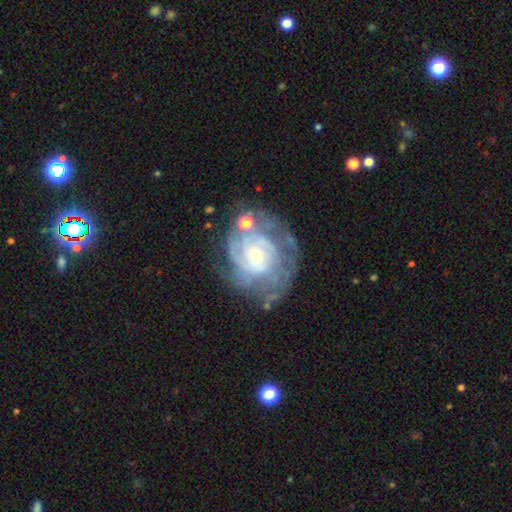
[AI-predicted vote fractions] Morphology: type=featured or disk (83%); edge-on=no (98%); bar=no (62%); spiral arms=yes (92%); winding=tight (70%); arm count=can't tell (41%); bulge=small (69%); merging=none (62%).